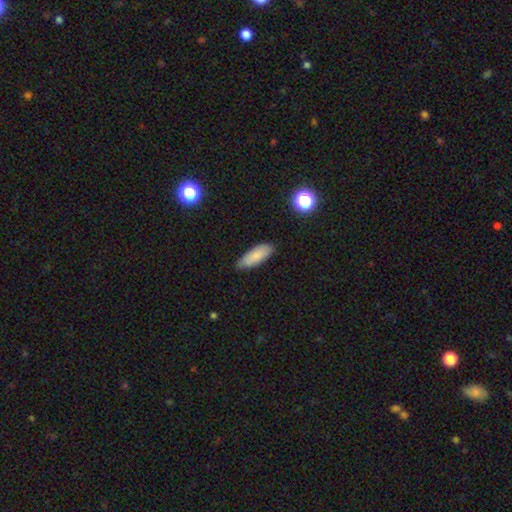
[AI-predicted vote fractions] Smooth or featured: smooth — 83% (featured or disk — 10%)
How rounded: in between — 71% (cigar-shaped — 27%)
Merging: none — 76% (minor disturbance — 20%)